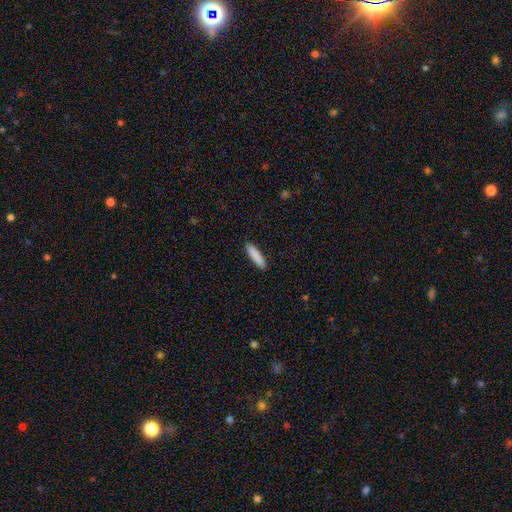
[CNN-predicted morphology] smooth-or-featured: smooth: 87% | featured or disk: 7% | star or artifact: 6%
  how-rounded: cigar-shaped: 87% | in between: 12% | round: 1%
  merging: none: 91% | minor disturbance: 6% | major disturbance: 2% | merger: 1%